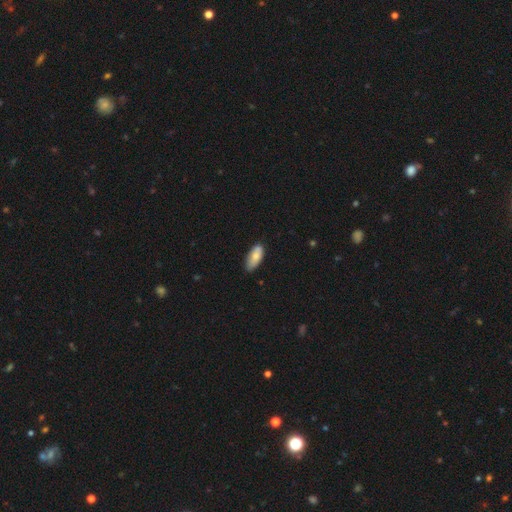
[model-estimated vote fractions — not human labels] Smooth or featured: smooth — 77% (featured or disk — 17%)
How rounded: in between — 84% (cigar-shaped — 14%)
Merging: none — 71% (minor disturbance — 22%)